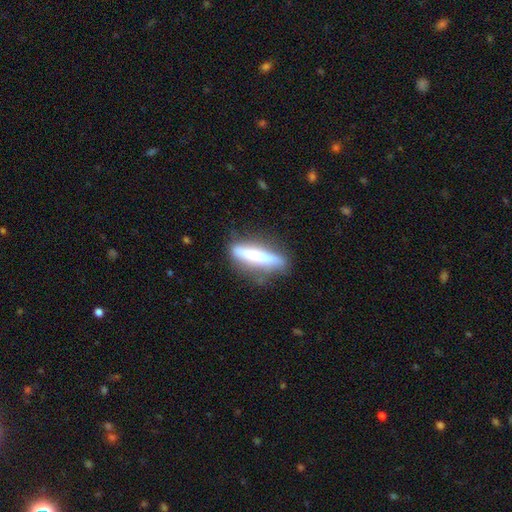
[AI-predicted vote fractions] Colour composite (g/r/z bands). It shows a smooth galaxy with no disk features (55%) that is cigar-shaped (85%). Merging: none (75%).